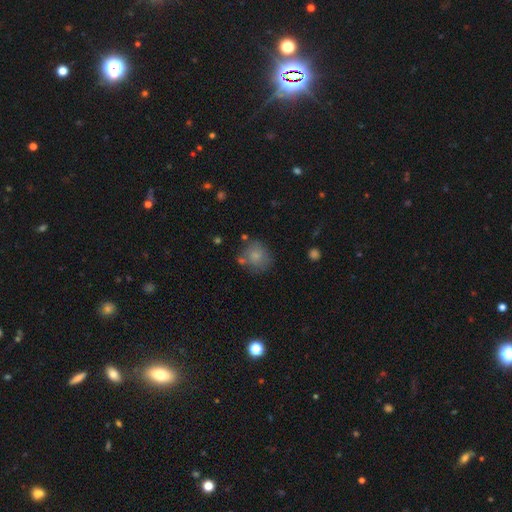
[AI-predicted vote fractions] Morphology: type=smooth (79%); roundness=round (82%); merging=none (63%).